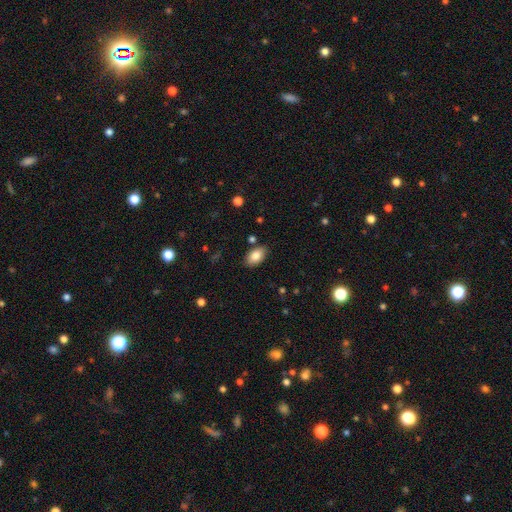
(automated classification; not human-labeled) Overall: smooth (84%). How rounded: in between (92%). Merging: none (84%).